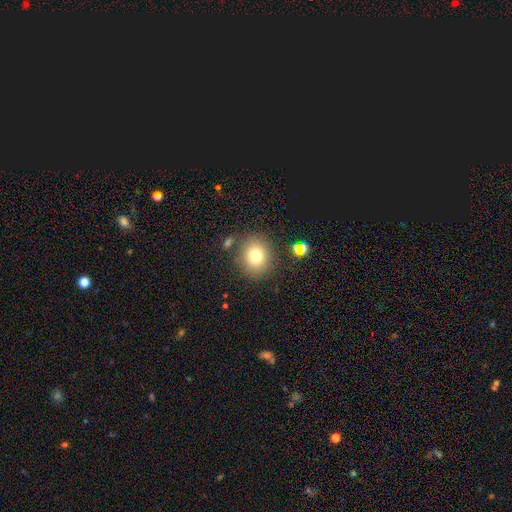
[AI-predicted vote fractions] The model was most divided on "how rounded": round: 81%, in between: 18%, cigar-shaped: 1%. More confident: merging — none (83%); smooth or featured — smooth (76%).